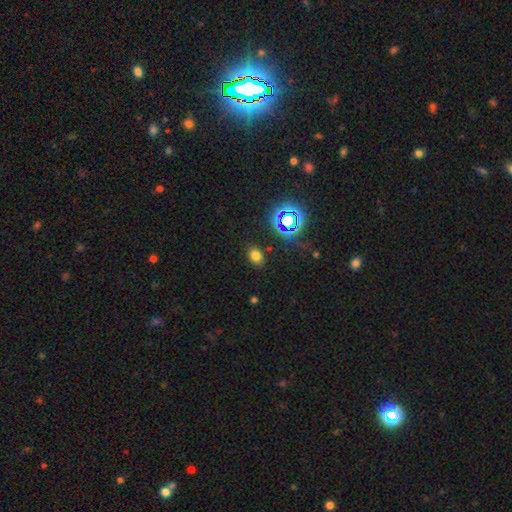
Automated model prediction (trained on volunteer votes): Morphology: type=smooth (70%); roundness=in between (68%); merging=none (85%).